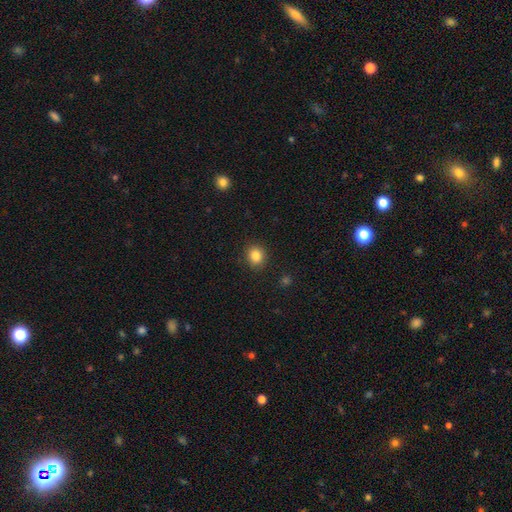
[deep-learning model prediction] A smooth galaxy with no disk features (85%) that is round (73%).

Vote fractions:
- Smooth or featured? smooth: 85% / star or artifact: 10% / featured or disk: 5%
- How rounded? round: 73% / in between: 26% / cigar-shaped: 1%
- Merging? none: 89% / minor disturbance: 7% / major disturbance: 2% / merger: 1%